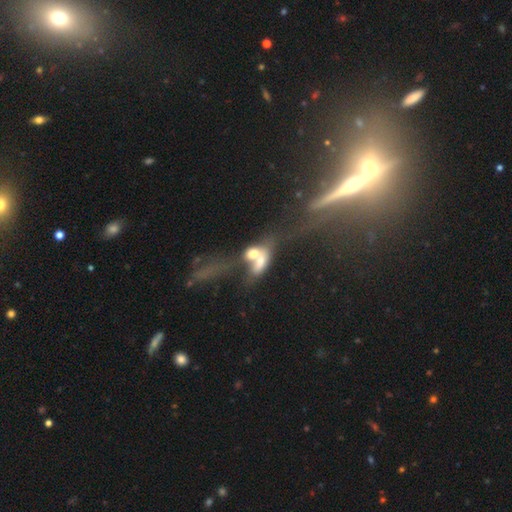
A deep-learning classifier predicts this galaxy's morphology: Smooth or featured? smooth (51%)
How rounded? in between (68%)
Merging? merger (71%)